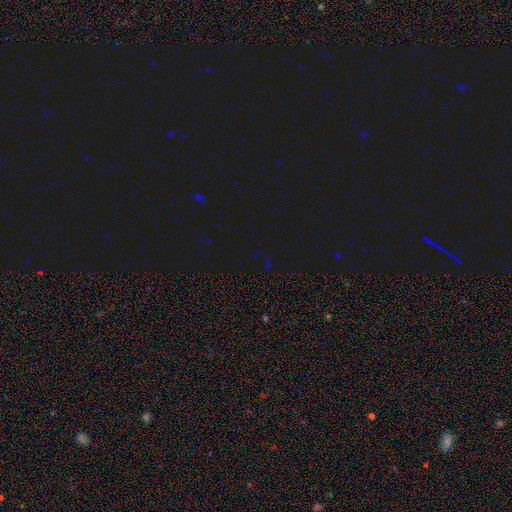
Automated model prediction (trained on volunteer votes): This is likely a star or artifact rather than a galaxy (75%).